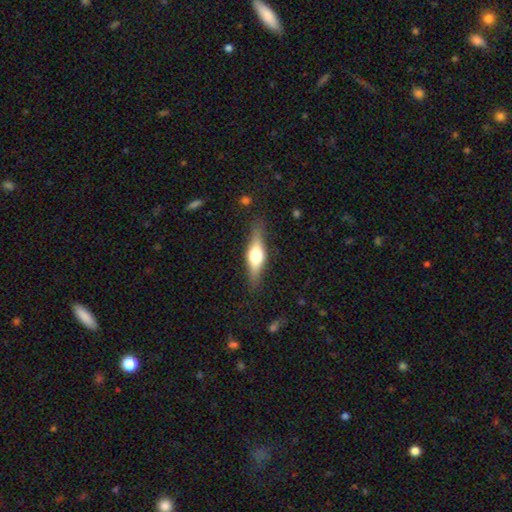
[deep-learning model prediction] This is possibly a featured or disk galaxy (58%). It is clearly viewed edge-on (93%). Edge-on bulge: clearly rounded (93%). Merging: clearly none (84%).